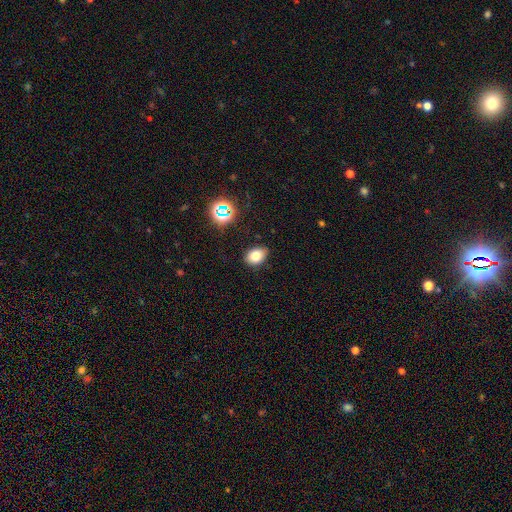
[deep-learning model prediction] smooth_or_featured: smooth (p=0.76) [alt: star or artifact p=0.14]
how_rounded: in between (p=0.75) [alt: round p=0.24]
merging: none (p=0.82) [alt: minor disturbance p=0.13]